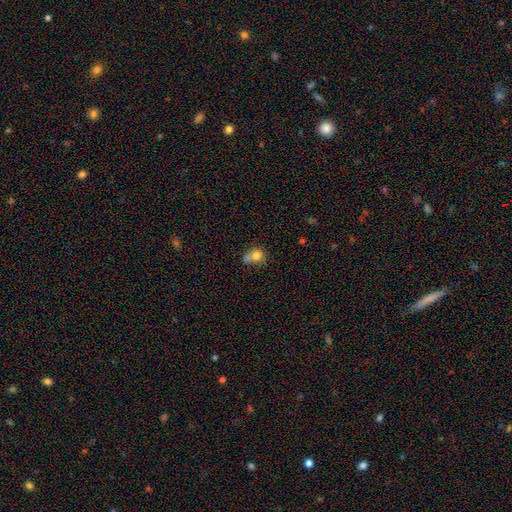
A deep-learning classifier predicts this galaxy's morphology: This appears to be a smooth galaxy with no disk features (76%) that is round (65%). Merging: none (36%).